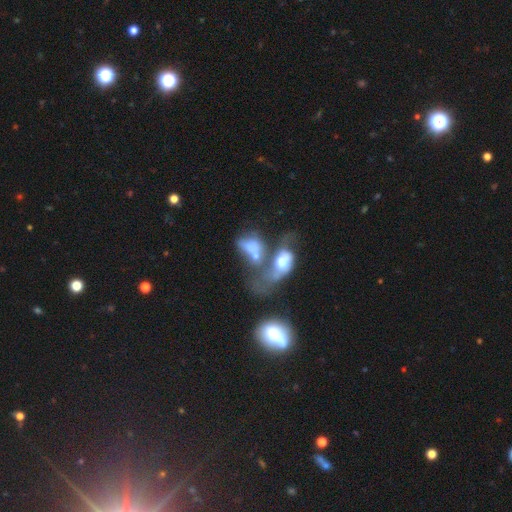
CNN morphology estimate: A smooth galaxy with no disk features (46%).

Vote fractions:
- Smooth or featured? smooth: 46% / featured or disk: 40% / star or artifact: 14%
- Merging? merger: 60% / major disturbance: 21% / none: 11% / minor disturbance: 8%